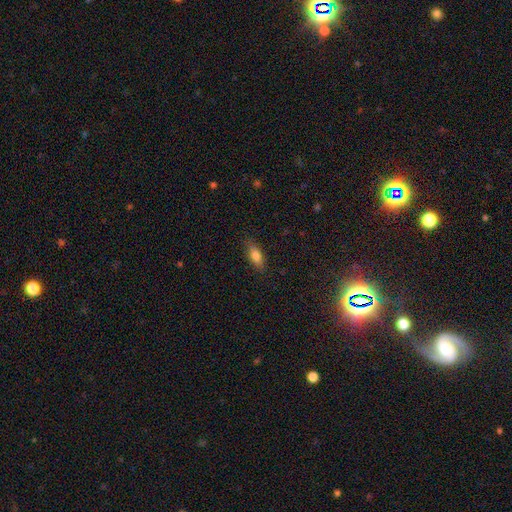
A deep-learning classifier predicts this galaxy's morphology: A smooth galaxy with no disk features (81%) that is in between round and cigar-shaped (78%). Merging: none (84%).